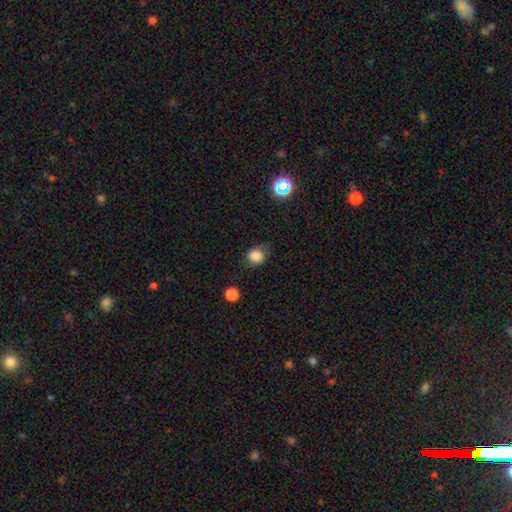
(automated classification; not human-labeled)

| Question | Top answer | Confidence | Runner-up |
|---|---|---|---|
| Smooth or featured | smooth | 82% | star or artifact (12%) |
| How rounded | round | 69% | in between (30%) |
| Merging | none | 70% | minor disturbance (22%) |